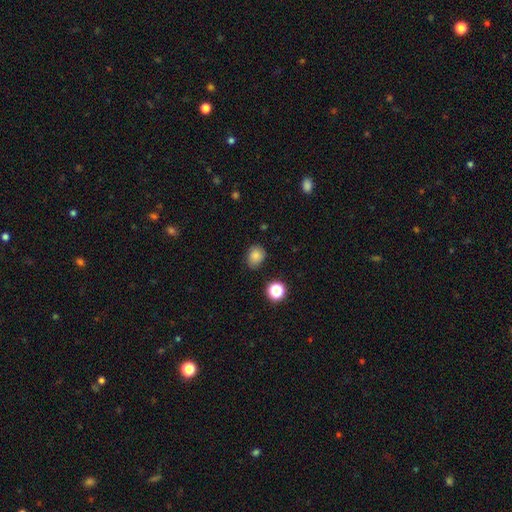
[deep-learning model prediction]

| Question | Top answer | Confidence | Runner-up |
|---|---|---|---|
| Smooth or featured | smooth | 81% | star or artifact (12%) |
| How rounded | round | 55% | in between (44%) |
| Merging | none | 74% | minor disturbance (20%) |